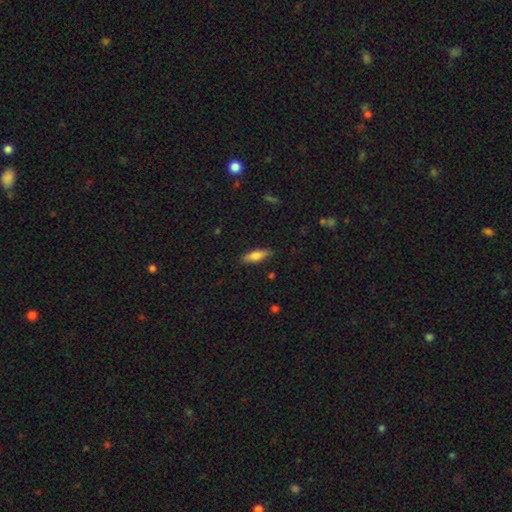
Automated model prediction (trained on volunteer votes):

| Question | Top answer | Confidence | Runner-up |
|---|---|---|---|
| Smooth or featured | smooth | 76% | featured or disk (18%) |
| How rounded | in between | 53% | cigar-shaped (45%) |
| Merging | none | 86% | minor disturbance (11%) |